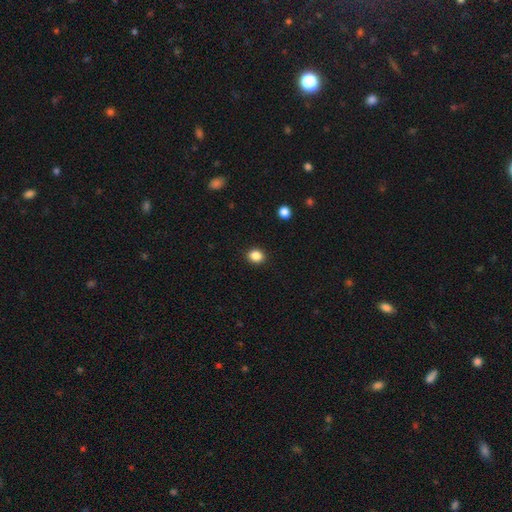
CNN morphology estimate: type=smooth (86%); roundness=round (66%); merging=none (91%).